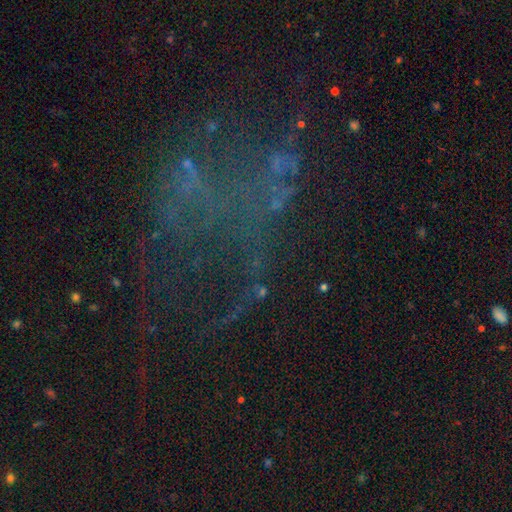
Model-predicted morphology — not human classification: Smooth or featured: star or artifact — 49% (featured or disk — 34%)